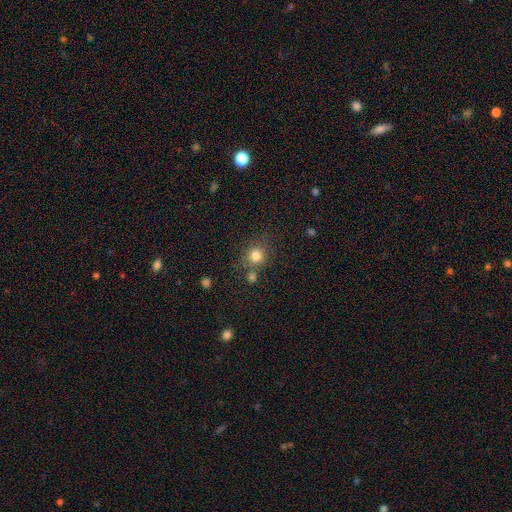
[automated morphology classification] This appears to be a smooth galaxy with no disk features (80%) that is round (88%). Merging: none (70%).